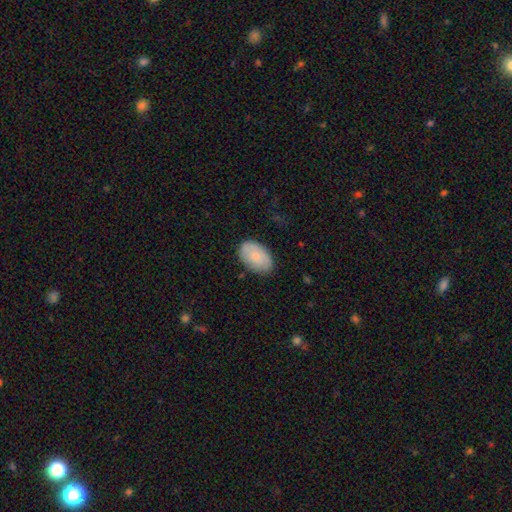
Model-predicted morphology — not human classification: Q: Smooth or featured?
A: smooth (79%); runner-up: featured or disk (15%)
Q: How rounded?
A: in between (92%); runner-up: round (7%)
Q: Merging?
A: none (81%); runner-up: minor disturbance (15%)